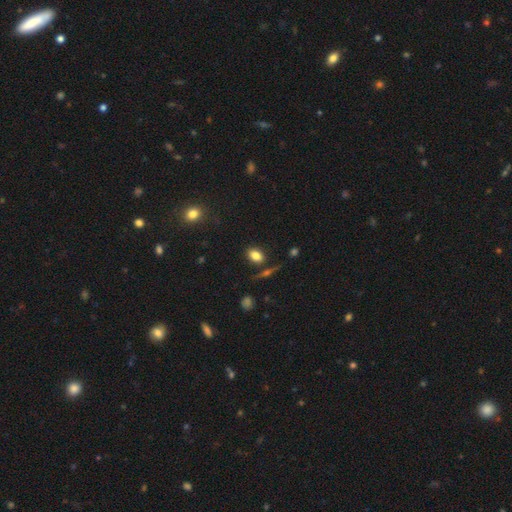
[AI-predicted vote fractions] A smooth galaxy with no disk features (80%) that is in between round and cigar-shaped (79%). Merging: none (77%).